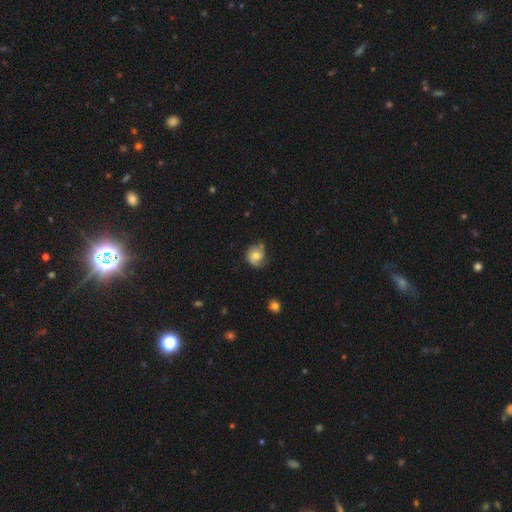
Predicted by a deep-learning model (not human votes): This is possibly a smooth galaxy (51%). How rounded: likely round (72%). Merging: possibly none (52%).